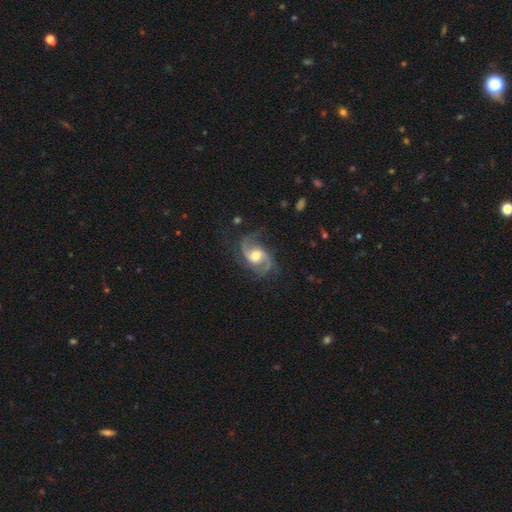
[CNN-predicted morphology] A featured or disk galaxy (89%) with no bar (53%), 2 (91%) medium (50%) spiral arms (97%) and a moderate central bulge (68%).

Vote fractions:
- Smooth or featured? featured or disk: 89% / smooth: 6% / star or artifact: 5%
- Edge-on disk? no: 98% / yes: 2%
- Bar? no: 53% / weak: 38% / strong: 9%
- Spiral arms? yes: 97% / no: 3%
- Spiral winding? medium: 50% / loose: 38% / tight: 12%
- Spiral arm count? 2: 91% / 3: 3% / can't tell: 2% / 1: 2% / 4: 1% / more than 4: 1%
- Bulge size? moderate: 68% / large: 17% / small: 13% / none: 2% / dominant: 1%
- Merging? none: 71% / minor disturbance: 18% / major disturbance: 9% / merger: 2%